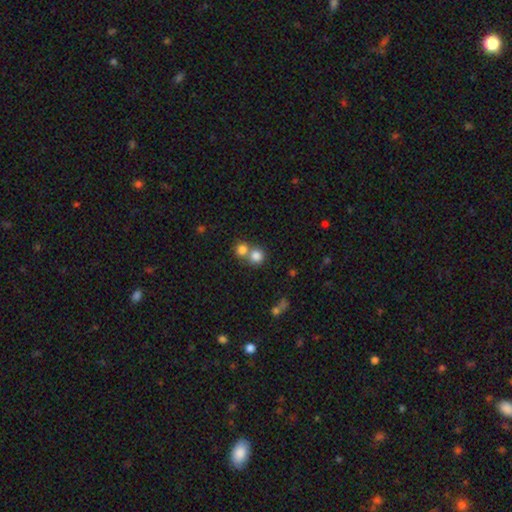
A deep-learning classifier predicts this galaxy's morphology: The model was most divided on "merging" (2-way tie): none: 46%, merger: 46%, minor disturbance: 5%, major disturbance: 3%. More confident: how rounded — round (89%); smooth or featured — smooth (81%).